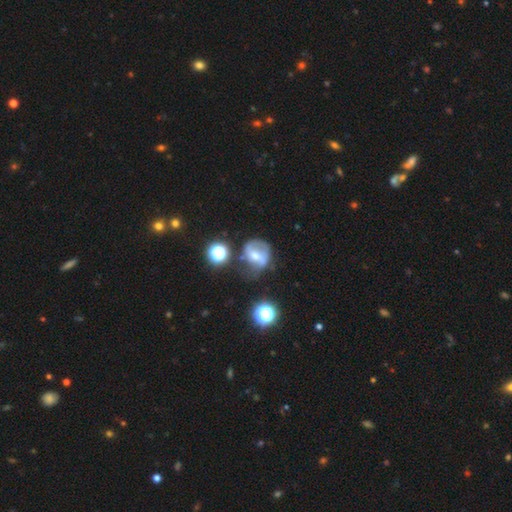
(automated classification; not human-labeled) featured or disk 51%, smooth 36%, star or artifact 12%. Down the decision tree: edge-on disk — no (96%); merging — none (39%).